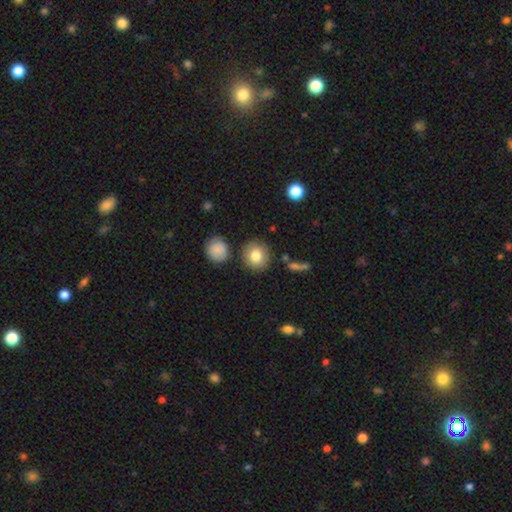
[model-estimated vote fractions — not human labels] The model was most divided on "smooth or featured": smooth: 81%, featured or disk: 10%, star or artifact: 9%. More confident: how rounded — round (87%); merging — none (83%).